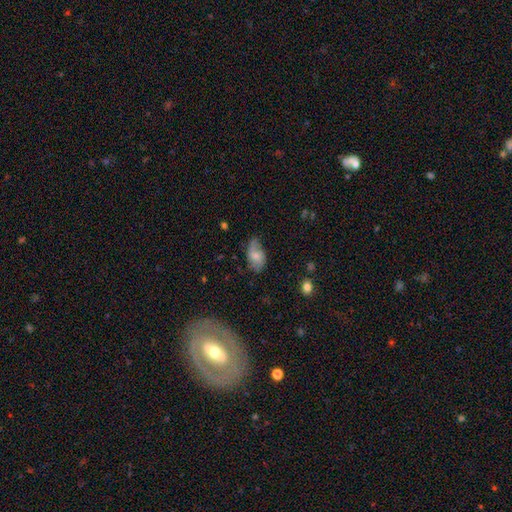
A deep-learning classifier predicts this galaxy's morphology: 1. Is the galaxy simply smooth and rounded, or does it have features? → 62% smooth, 30% featured or disk, 8% star or artifact.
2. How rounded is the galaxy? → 92% in between, 6% round, 2% cigar-shaped.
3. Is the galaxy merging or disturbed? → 55% none, 33% minor disturbance, 11% major disturbance, 2% merger.